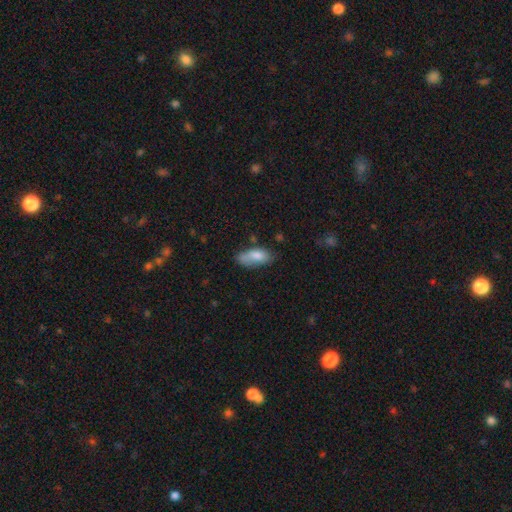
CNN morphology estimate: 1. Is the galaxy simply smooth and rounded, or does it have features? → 78% smooth, 15% featured or disk, 7% star or artifact.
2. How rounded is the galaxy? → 85% in between, 12% cigar-shaped, 3% round.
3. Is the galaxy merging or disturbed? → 49% none, 31% minor disturbance, 13% major disturbance, 7% merger.